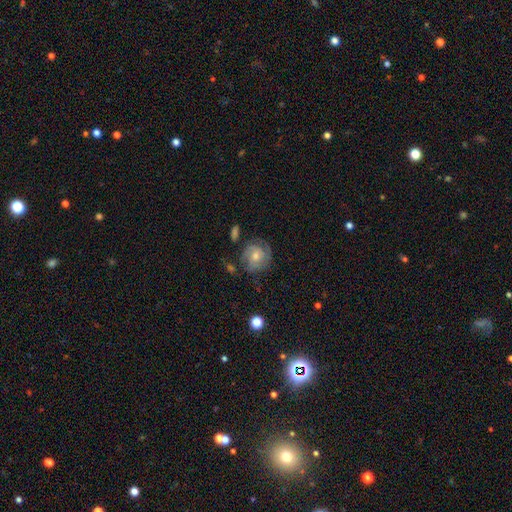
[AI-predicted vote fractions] A featured or disk galaxy (75%) with no bar (70%), 2 (35%) tight (64%) spiral arms (92%) and a moderate central bulge (54%).

Vote fractions:
- Smooth or featured? featured or disk: 75% / smooth: 16% / star or artifact: 9%
- Edge-on disk? no: 97% / yes: 3%
- Bar? no: 70% / weak: 25% / strong: 5%
- Spiral arms? yes: 92% / no: 8%
- Spiral winding? tight: 64% / medium: 28% / loose: 7%
- Spiral arm count? 2: 35% / can't tell: 27% / 3: 23% / 1: 5% / 4: 5% / more than 4: 4%
- Bulge size? moderate: 54% / small: 41% / large: 2% / none: 2% / dominant: 1%
- Merging? none: 70% / minor disturbance: 18% / major disturbance: 8% / merger: 4%